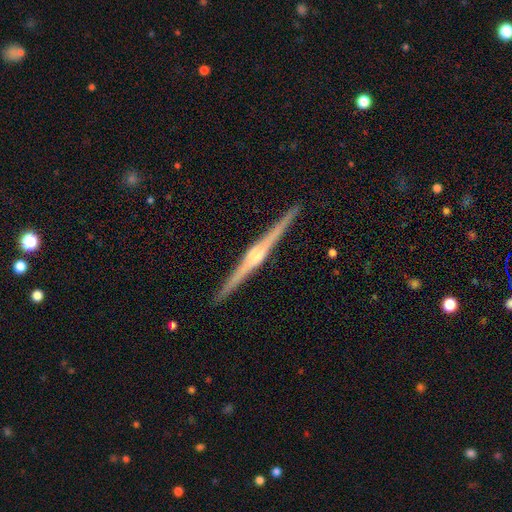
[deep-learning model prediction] A featured or disk galaxy (85%) viewed edge-on (98%) with a rounded central bulge (74%).

Vote fractions:
- Smooth or featured? featured or disk: 85% / smooth: 10% / star or artifact: 5%
- Edge-on disk? yes: 98% / no: 2%
- Edge-on bulge? rounded: 74% / boxy: 18% / none: 8%
- Merging? none: 90% / minor disturbance: 7% / major disturbance: 1% / merger: 1%